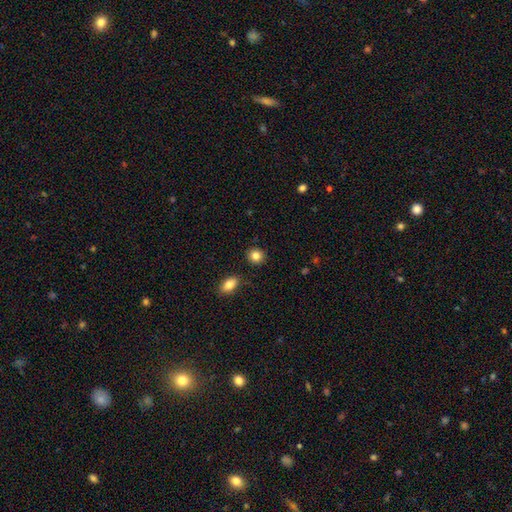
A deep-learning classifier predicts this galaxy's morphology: Overall: smooth (85%). How rounded: round (82%). Merging: none (89%).